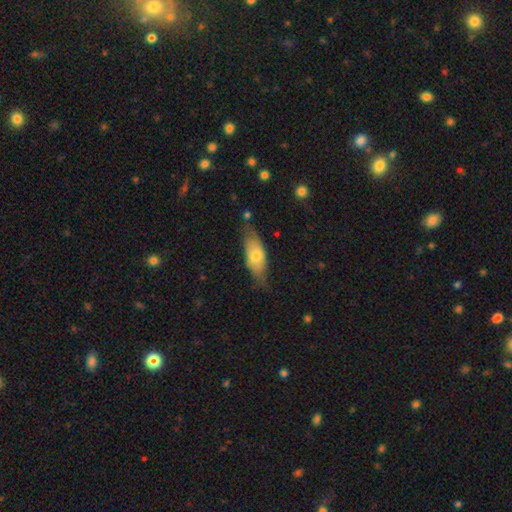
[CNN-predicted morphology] Smooth or featured? Predicted: smooth (p=0.64). How rounded? Predicted: in between (p=0.72). Merging? Predicted: none (p=0.66).